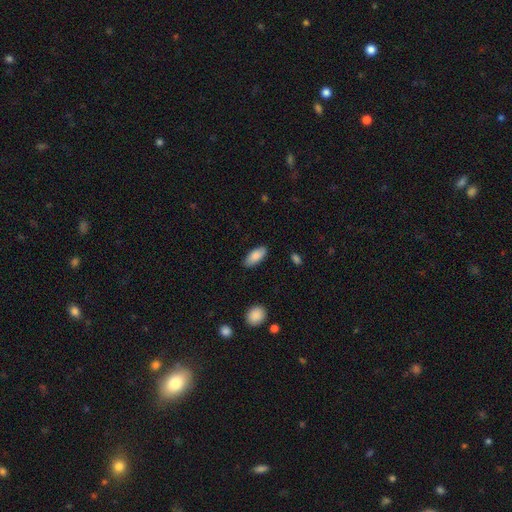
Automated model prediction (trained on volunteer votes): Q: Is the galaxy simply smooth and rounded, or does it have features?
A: smooth — 87%.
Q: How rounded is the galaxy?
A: in between — 85%.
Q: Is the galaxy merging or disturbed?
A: none — 86%.